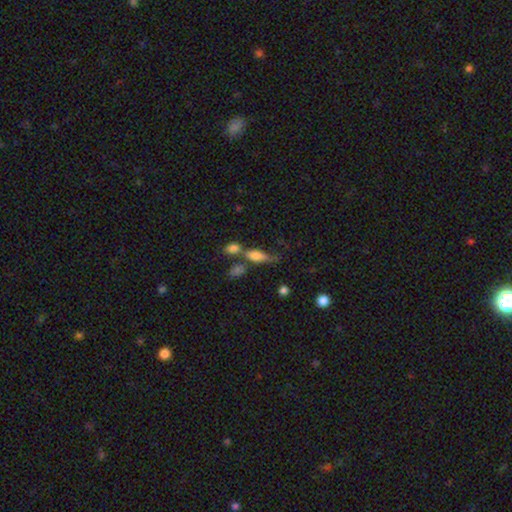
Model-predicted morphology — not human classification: A smooth galaxy with no disk features (67%) that is in between round and cigar-shaped (60%).

Vote fractions:
- Smooth or featured? smooth: 67% / featured or disk: 23% / star or artifact: 10%
- How rounded? in between: 60% / cigar-shaped: 34% / round: 5%
- Merging? merger: 37% / none: 34% / minor disturbance: 18% / major disturbance: 12%